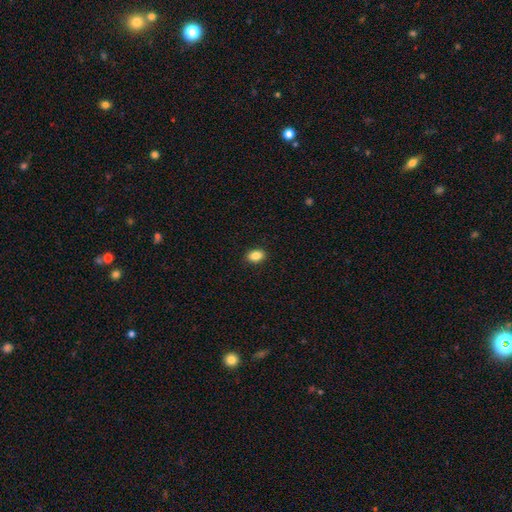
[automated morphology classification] This appears to be a smooth galaxy with no disk features (86%) that is in between round and cigar-shaped (79%). Merging: none (90%).